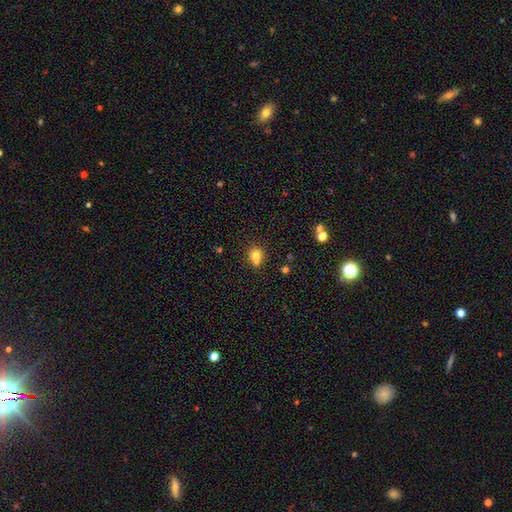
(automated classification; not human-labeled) Smooth or featured?
  - smooth: 75% *
  - star or artifact: 14%
  - featured or disk: 11%
How rounded?
  - round: 78% *
  - in between: 21%
  - cigar-shaped: 1%
Merging?
  - none: 54% *
  - merger: 32%
  - minor disturbance: 11%
  - major disturbance: 3%